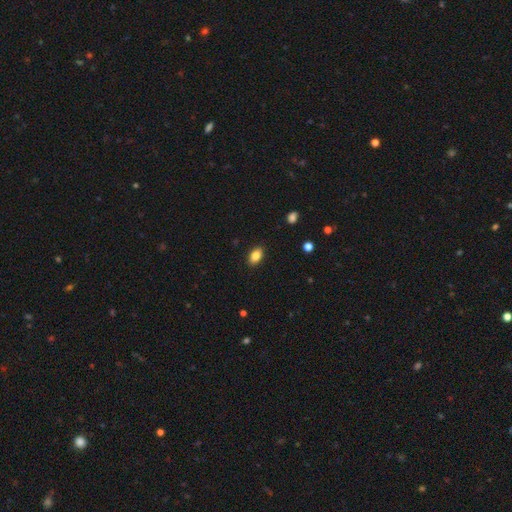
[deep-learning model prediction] smooth-or-featured: smooth: 85% | star or artifact: 8% | featured or disk: 7%
  how-rounded: in between: 89% | round: 10% | cigar-shaped: 2%
  merging: none: 89% | minor disturbance: 8% | major disturbance: 2% | merger: 1%